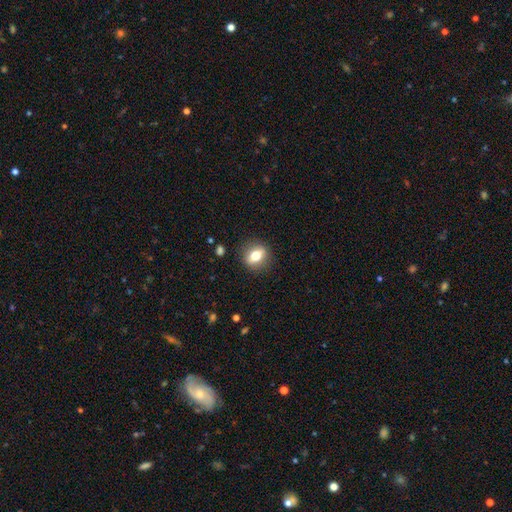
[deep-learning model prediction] A smooth galaxy with no disk features (62%) that is round (49%). Merging: none (88%).